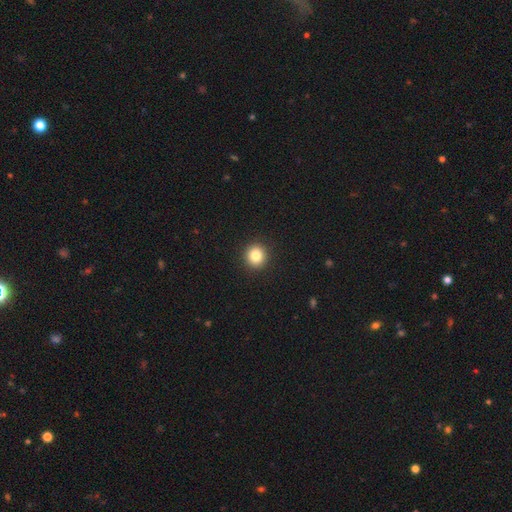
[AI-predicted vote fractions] smooth_or_featured: smooth (p=0.83) [alt: star or artifact p=0.11]
how_rounded: round (p=0.93) [alt: in between p=0.06]
merging: none (p=0.93) [alt: minor disturbance p=0.04]